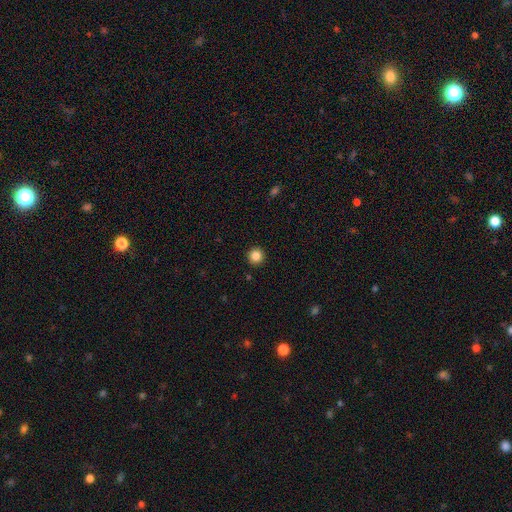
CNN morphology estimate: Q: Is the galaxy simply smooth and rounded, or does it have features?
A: smooth — 86%.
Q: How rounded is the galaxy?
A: round — 96%.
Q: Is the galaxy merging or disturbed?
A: none — 93%.